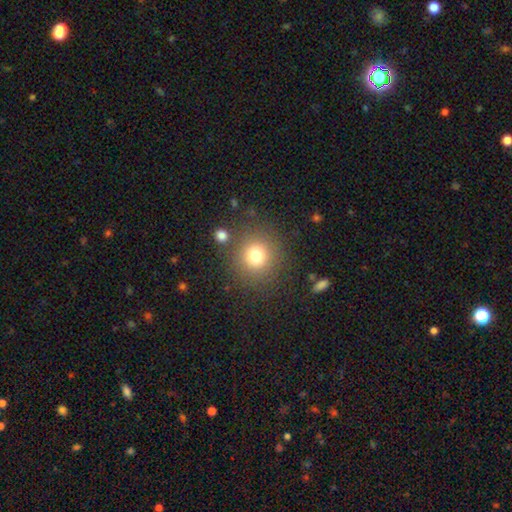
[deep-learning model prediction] smooth 76%, star or artifact 14%, featured or disk 10%. Down the decision tree: how rounded — round (90%); merging — none (83%).